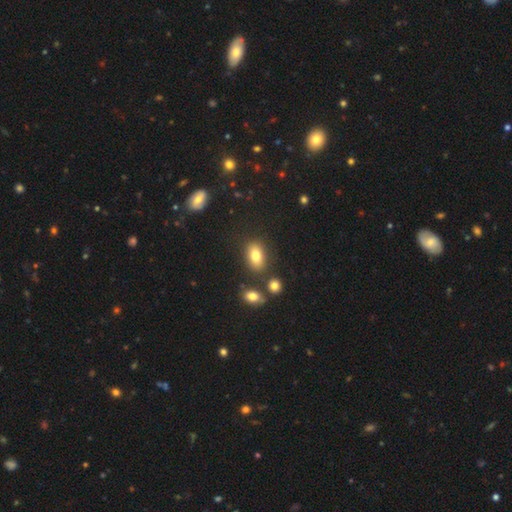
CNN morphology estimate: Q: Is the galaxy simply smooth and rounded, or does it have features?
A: smooth — 80%.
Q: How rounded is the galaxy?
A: in between — 84%.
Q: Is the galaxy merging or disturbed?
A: none — 77%.